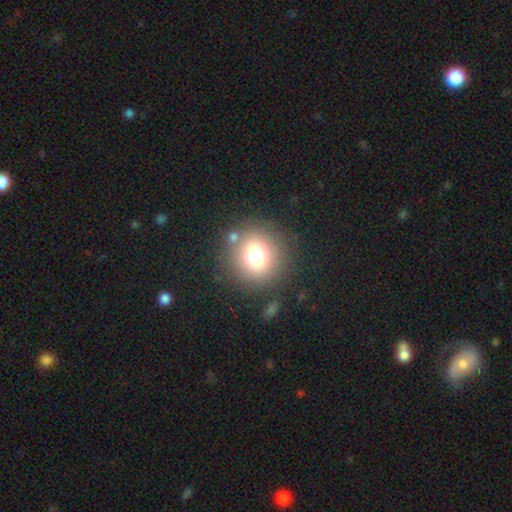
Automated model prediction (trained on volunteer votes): smooth 74%, star or artifact 14%, featured or disk 12%. Down the decision tree: how rounded — round (90%); merging — none (81%).